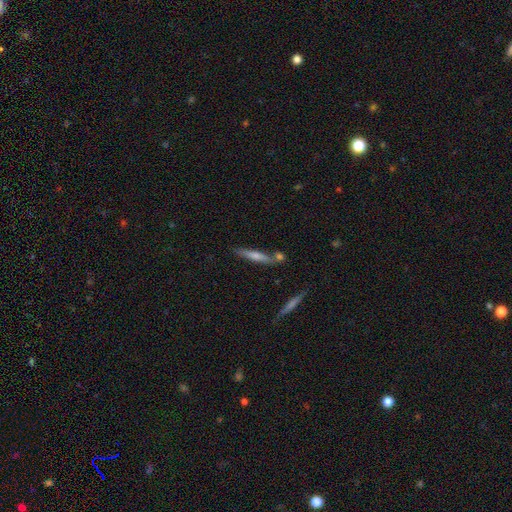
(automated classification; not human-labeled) Q: Smooth or featured?
A: smooth (47%); runner-up: featured or disk (46%)
Q: Merging?
A: none (72%); runner-up: merger (13%)